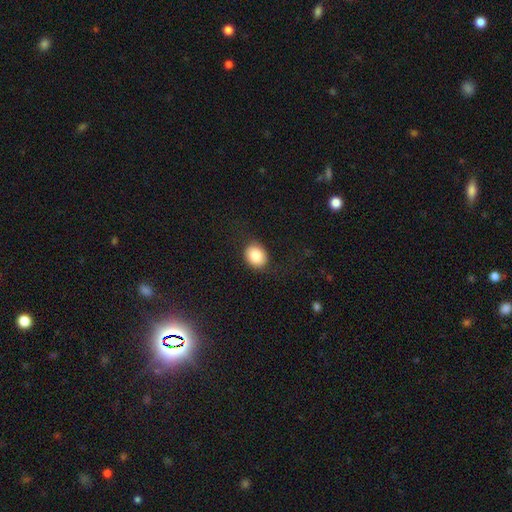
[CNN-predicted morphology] smooth_or_featured: smooth (p=0.84) [alt: star or artifact p=0.08]
how_rounded: round (p=0.51) [alt: in between p=0.48]
merging: none (p=0.81) [alt: minor disturbance p=0.13]